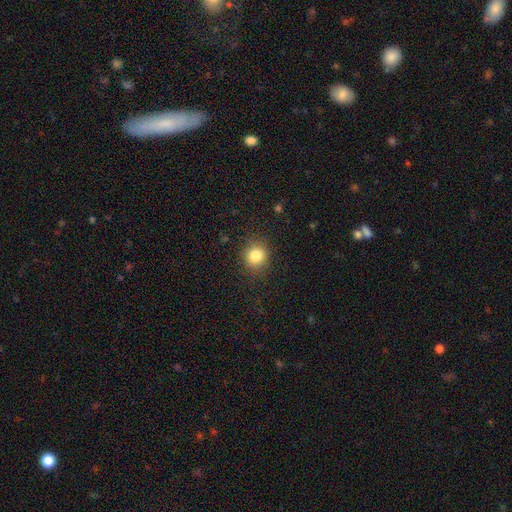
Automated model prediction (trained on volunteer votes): Morphology: type=smooth (83%); roundness=round (86%); merging=none (88%).